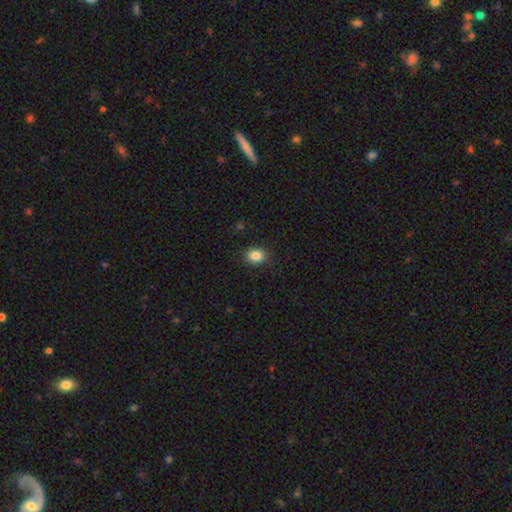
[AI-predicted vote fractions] smooth-or-featured: smooth: 85% | star or artifact: 10% | featured or disk: 6%
  how-rounded: in between: 53% | round: 46% | cigar-shaped: 1%
  merging: none: 88% | minor disturbance: 9% | major disturbance: 2% | merger: 1%